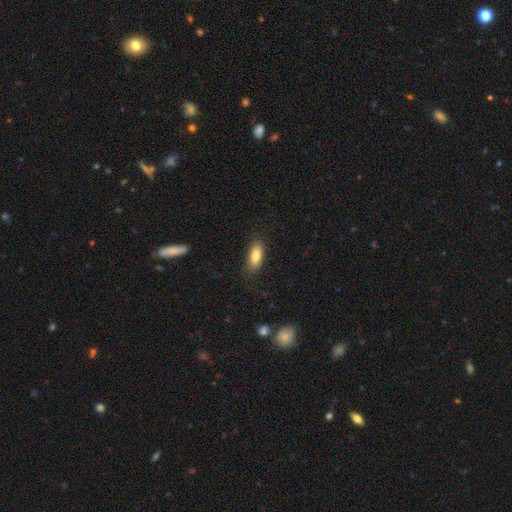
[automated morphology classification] type=smooth (81%); roundness=in between (80%); merging=none (78%).